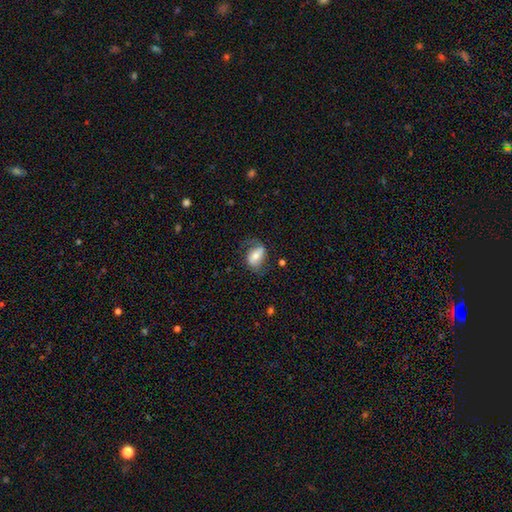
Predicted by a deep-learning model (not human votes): A featured or disk galaxy (47%). Merging: none (57%).